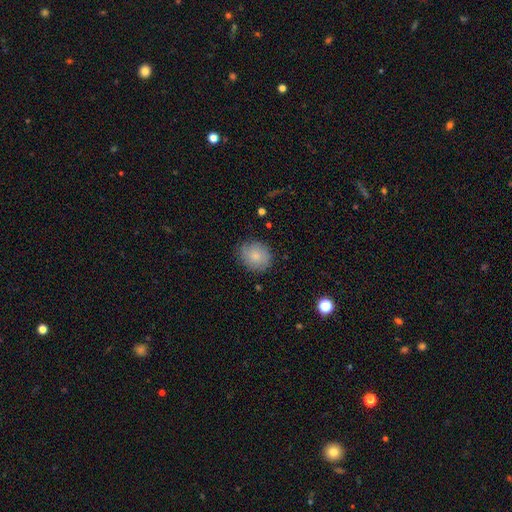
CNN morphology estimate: This is clearly a smooth galaxy (81%). How rounded: likely round (74%). Merging: clearly none (81%).